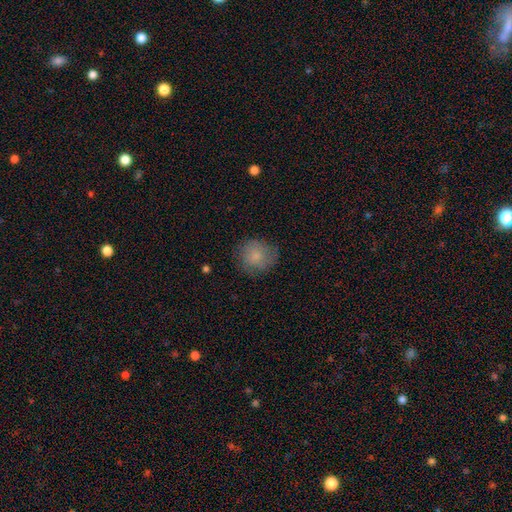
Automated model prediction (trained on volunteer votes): A smooth galaxy with no disk features (78%) that is round (85%). Merging: none (73%).